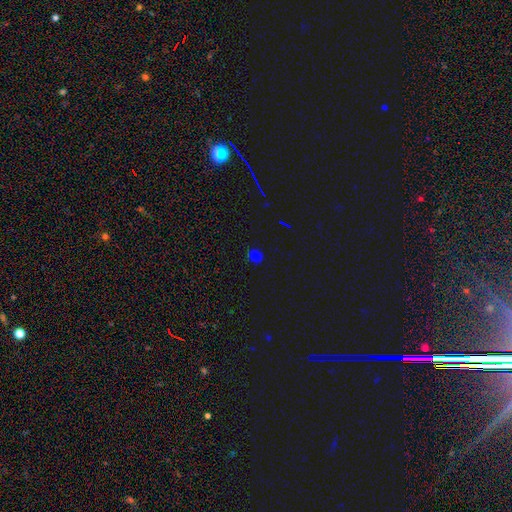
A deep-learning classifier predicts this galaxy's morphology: Smooth or featured?
  - smooth: 63% *
  - star or artifact: 32%
  - featured or disk: 4%
How rounded?
  - round: 70% *
  - in between: 29%
  - cigar-shaped: 1%
Merging?
  - none: 81% *
  - minor disturbance: 14%
  - major disturbance: 3%
  - merger: 2%